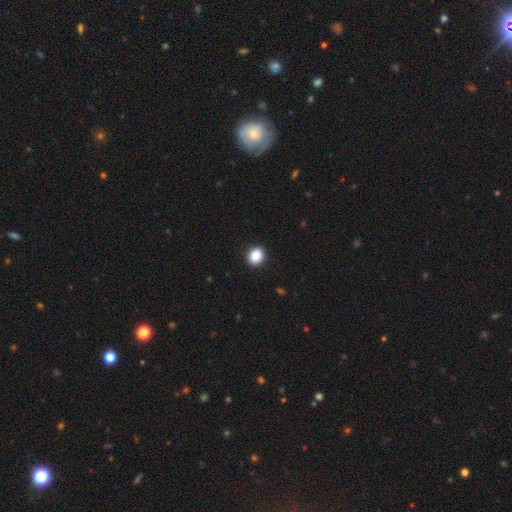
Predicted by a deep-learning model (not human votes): Smooth or featured: smooth — 88% (star or artifact — 9%)
How rounded: round — 74% (in between — 25%)
Merging: none — 91% (minor disturbance — 6%)